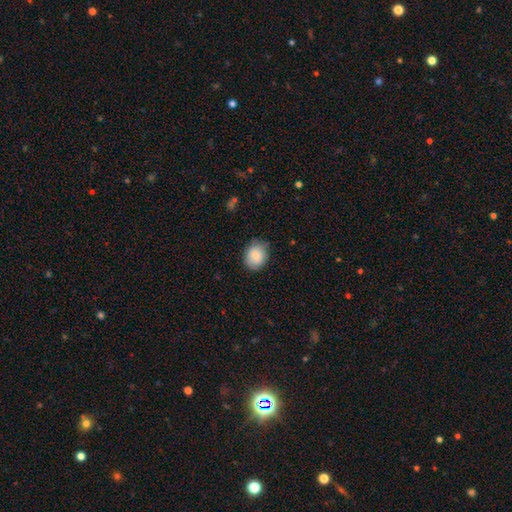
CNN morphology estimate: Q: Smooth or featured?
A: smooth (83%); runner-up: featured or disk (10%)
Q: How rounded?
A: round (57%); runner-up: in between (42%)
Q: Merging?
A: none (77%); runner-up: minor disturbance (18%)